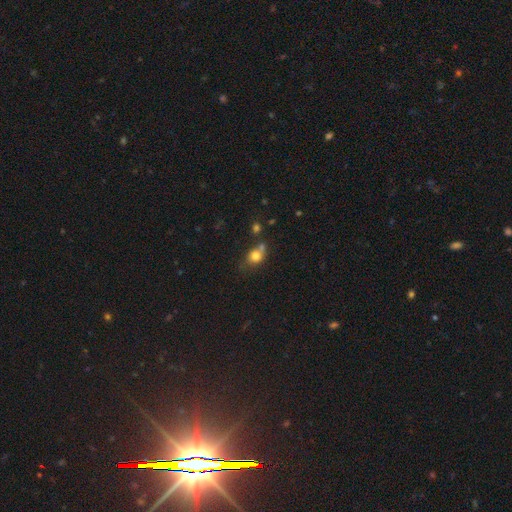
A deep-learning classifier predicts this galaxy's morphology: This is likely a smooth galaxy (78%). How rounded: likely round (61%). Merging: marginally none (44%).